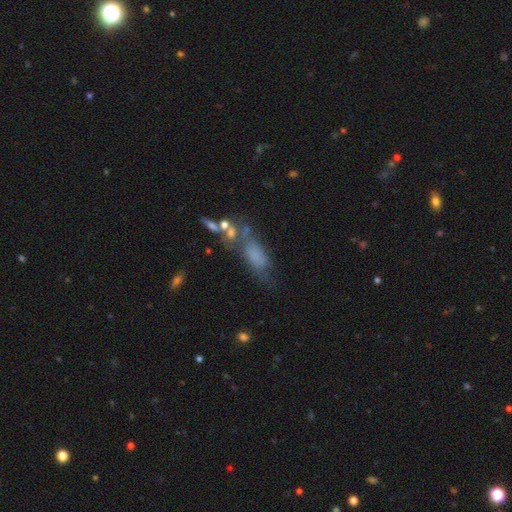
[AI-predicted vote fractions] smooth-or-featured: smooth: 62% | featured or disk: 26% | star or artifact: 12%
  how-rounded: in between: 72% | cigar-shaped: 24% | round: 5%
  merging: none: 38% | minor disturbance: 25% | major disturbance: 22% | merger: 15%